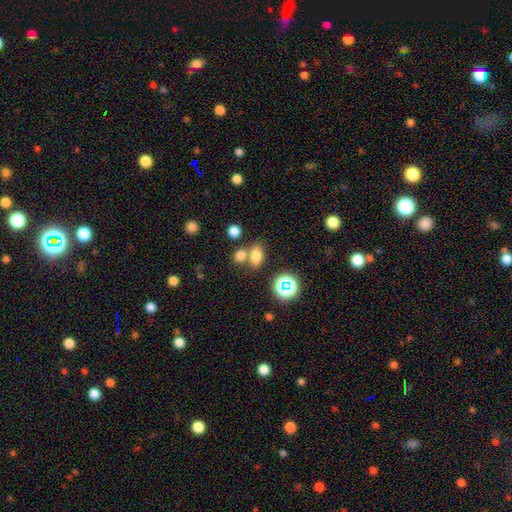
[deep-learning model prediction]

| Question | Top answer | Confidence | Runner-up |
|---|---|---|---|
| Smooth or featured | smooth | 74% | star or artifact (17%) |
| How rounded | in between | 77% | round (20%) |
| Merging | none | 56% | merger (30%) |